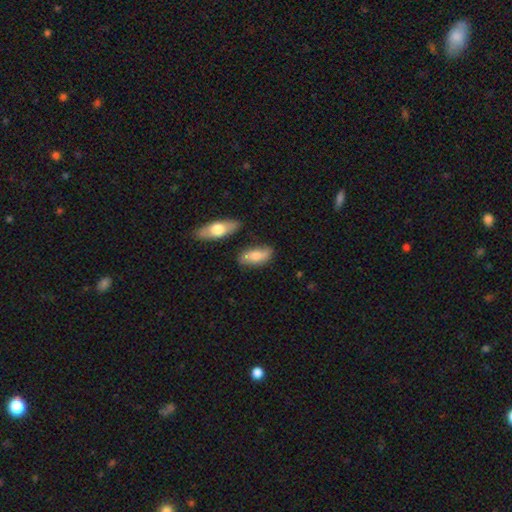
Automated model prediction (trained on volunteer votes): Q: Smooth or featured?
A: smooth (71%); runner-up: featured or disk (23%)
Q: How rounded?
A: in between (82%); runner-up: cigar-shaped (15%)
Q: Merging?
A: none (69%); runner-up: minor disturbance (21%)